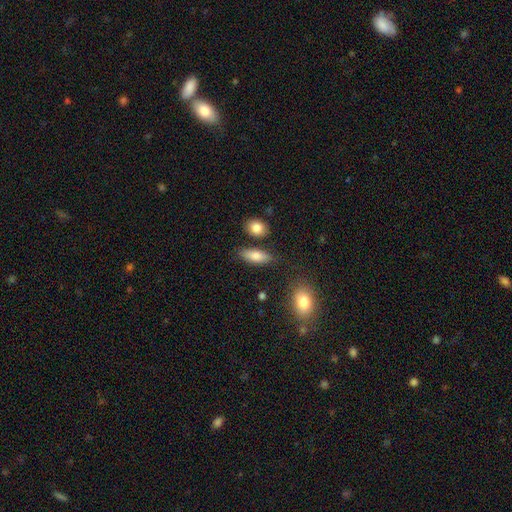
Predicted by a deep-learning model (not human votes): Overall: smooth (81%). How rounded: in between (70%). Merging: none (77%).